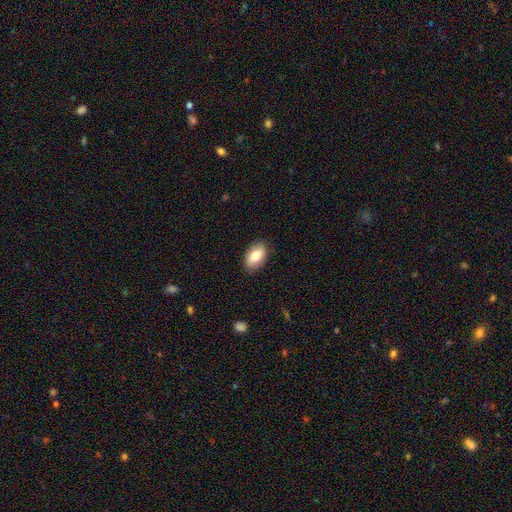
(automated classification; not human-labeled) Q: Smooth or featured?
A: smooth (78%); runner-up: featured or disk (15%)
Q: How rounded?
A: in between (92%); runner-up: round (6%)
Q: Merging?
A: none (87%); runner-up: minor disturbance (10%)